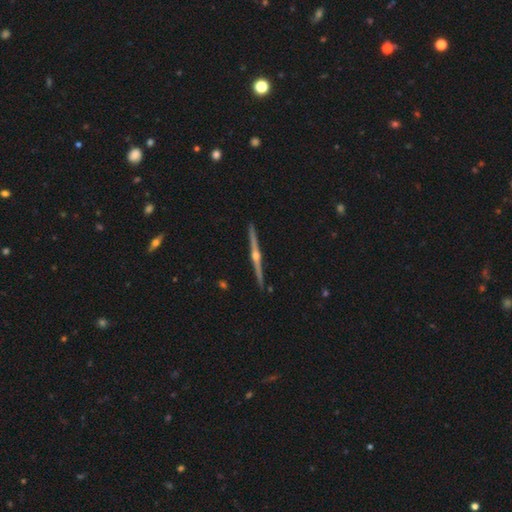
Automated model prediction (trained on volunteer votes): Smooth or featured? featured or disk (89%)
Edge-on disk? yes (99%)
Edge-on bulge? rounded (95%)
Merging? none (93%)